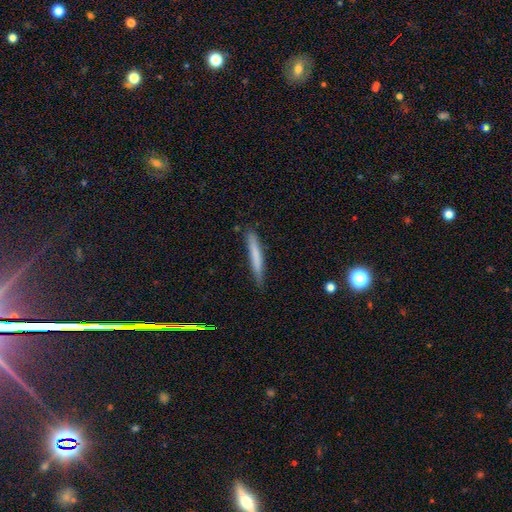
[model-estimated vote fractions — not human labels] This appears to be a smooth galaxy with no disk features (70%) that is cigar-shaped (95%). Merging: none (82%).